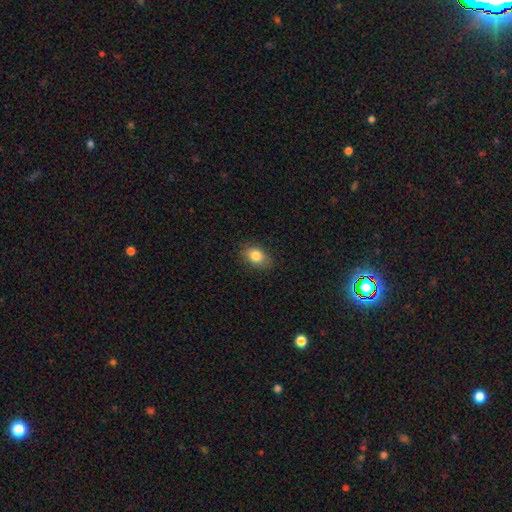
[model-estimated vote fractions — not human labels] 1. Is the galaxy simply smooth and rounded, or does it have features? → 84% smooth, 9% star or artifact, 7% featured or disk.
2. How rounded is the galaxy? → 78% in between, 20% round, 1% cigar-shaped.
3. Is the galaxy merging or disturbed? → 84% none, 12% minor disturbance, 3% major disturbance, 1% merger.